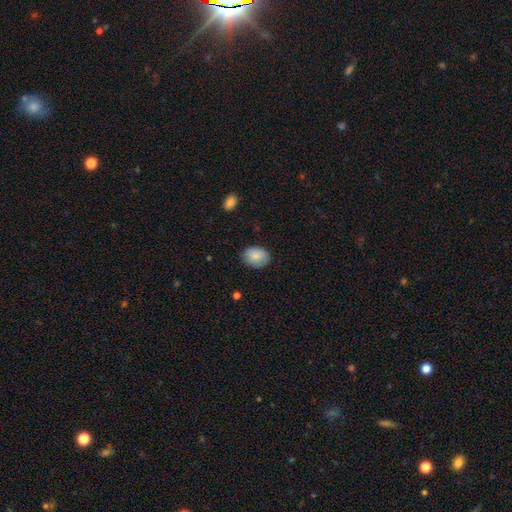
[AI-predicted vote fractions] smooth_or_featured: smooth (p=0.84) [alt: featured or disk p=0.08]
how_rounded: in between (p=0.62) [alt: round p=0.37]
merging: none (p=0.81) [alt: minor disturbance p=0.15]